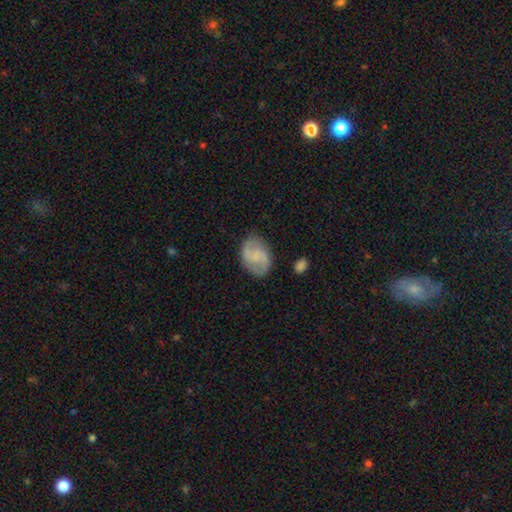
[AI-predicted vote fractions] Overall: featured or disk (66%; smooth 27%). Edge-on disk: no (98%). Bar: no (47%; weak 44%). Spiral arms: yes (93%). Spiral arm count: 2 (90%). Spiral winding: medium (48%; loose 34%). Bulge size: none (43%; small 39%). Merging: none (78%).